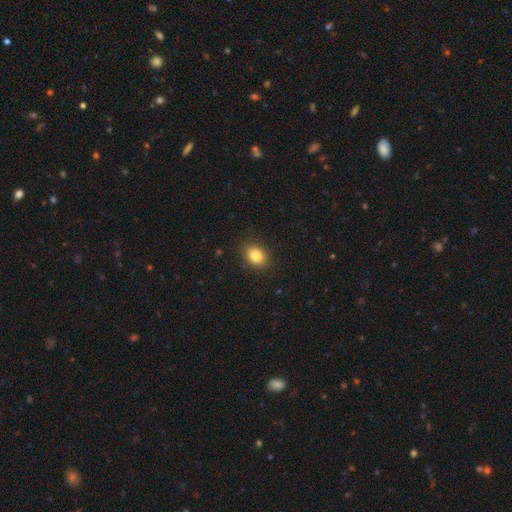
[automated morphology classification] Smooth or featured? Predicted: smooth (p=0.83). How rounded? Predicted: in between (p=0.57). Merging? Predicted: none (p=0.88).